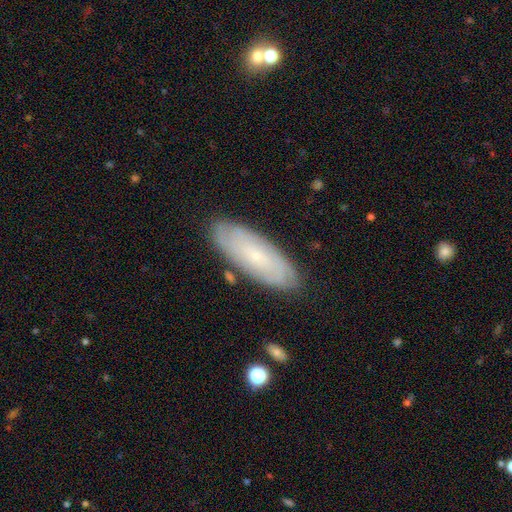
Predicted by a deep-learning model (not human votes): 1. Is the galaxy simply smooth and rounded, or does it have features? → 52% featured or disk, 40% smooth, 8% star or artifact.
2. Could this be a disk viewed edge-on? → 84% no, 16% yes.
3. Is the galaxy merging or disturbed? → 83% none, 12% minor disturbance, 2% major disturbance, 2% merger.